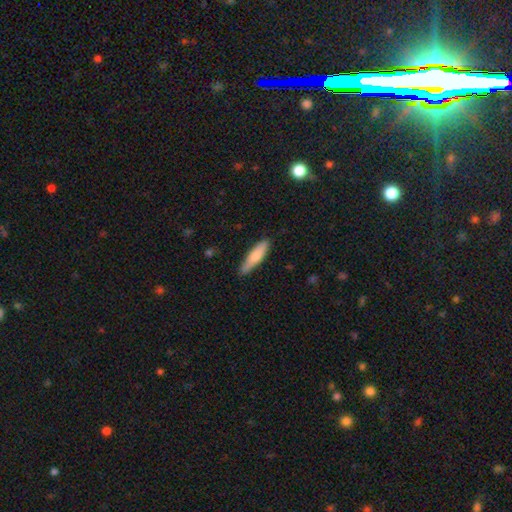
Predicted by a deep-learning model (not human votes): Smooth or featured? Predicted: smooth (p=0.72). How rounded? Predicted: cigar-shaped (p=0.71). Merging? Predicted: none (p=0.83).